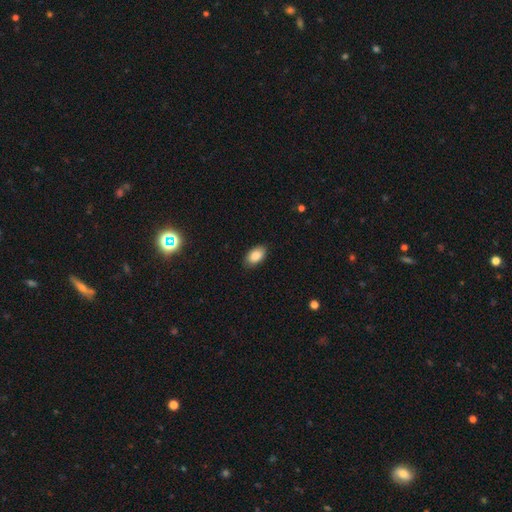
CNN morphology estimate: Overall: smooth (85%). How rounded: in between (93%). Merging: none (85%).